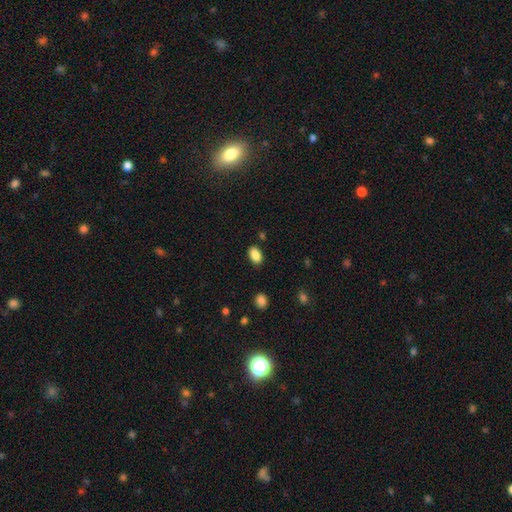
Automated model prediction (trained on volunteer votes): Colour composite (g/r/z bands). It shows a smooth galaxy with no disk features (87%) that is in between round and cigar-shaped (89%). Merging: none (83%).